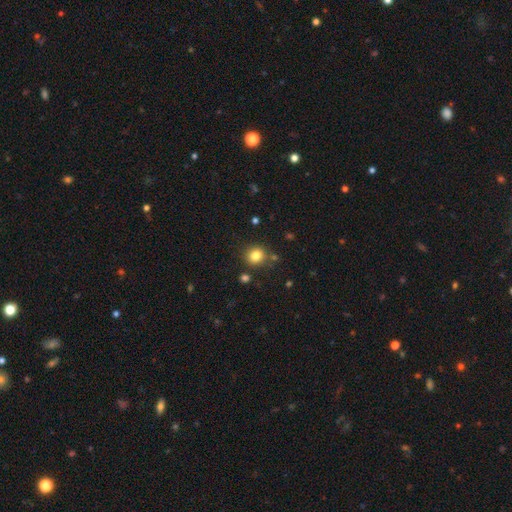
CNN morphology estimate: Smooth or featured: smooth — 81% (star or artifact — 13%)
How rounded: round — 84% (in between — 15%)
Merging: none — 82% (minor disturbance — 10%)